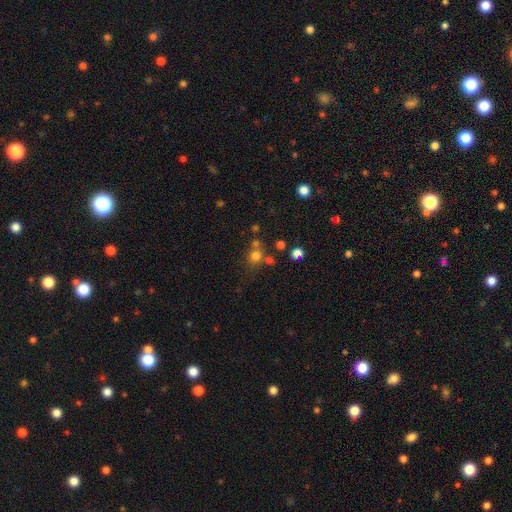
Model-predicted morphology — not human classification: This appears to be a smooth galaxy with no disk features (72%) that is round (80%). Merging: none (61%).